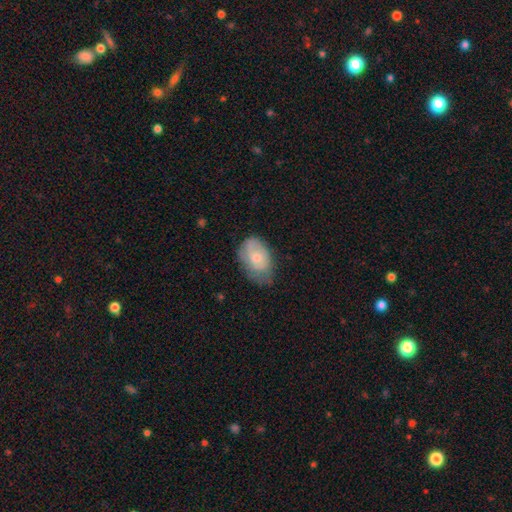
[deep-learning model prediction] Q: Smooth or featured?
A: smooth (59%); runner-up: featured or disk (34%)
Q: How rounded?
A: in between (87%); runner-up: round (12%)
Q: Merging?
A: none (50%); runner-up: minor disturbance (36%)